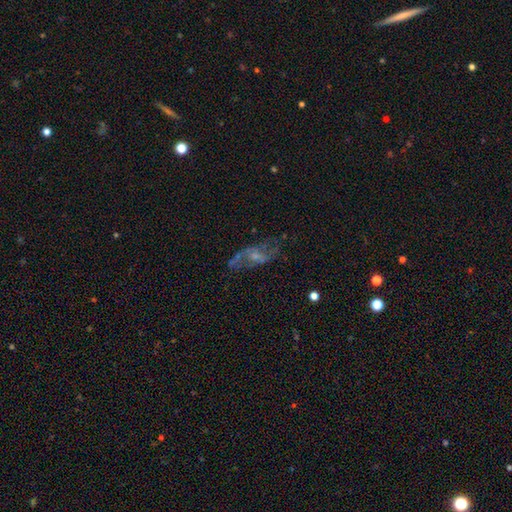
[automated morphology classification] Smooth or featured? Predicted: featured or disk (p=0.61). Edge-on disk? Predicted: no (p=0.89). Bar? Predicted: no (p=0.65). Spiral arms? Predicted: yes (p=0.51). Bulge size? Predicted: small (p=0.45). Merging? Predicted: none (p=0.48).